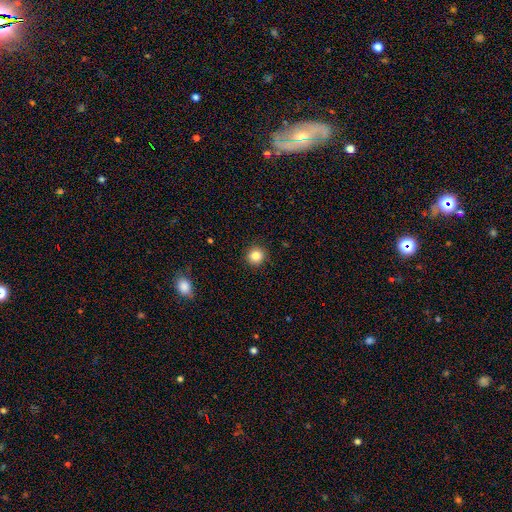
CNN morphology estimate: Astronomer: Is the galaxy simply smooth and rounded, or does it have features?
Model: smooth — 84%.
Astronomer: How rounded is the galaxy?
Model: round — 94%.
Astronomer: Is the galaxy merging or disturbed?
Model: none — 92%.